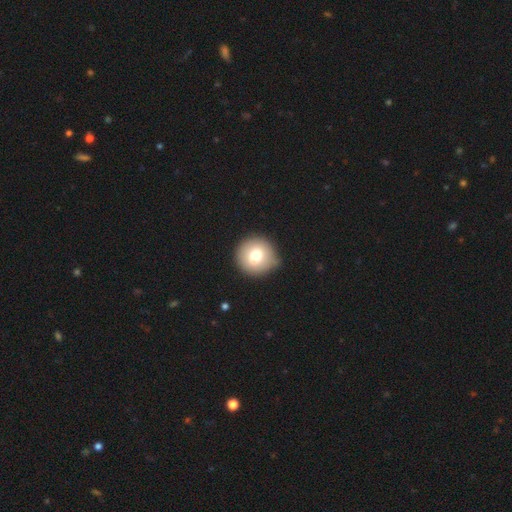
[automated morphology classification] A smooth galaxy with no disk features (74%) that is round (93%).

Vote fractions:
- Smooth or featured? smooth: 74% / featured or disk: 16% / star or artifact: 10%
- How rounded? round: 93% / in between: 6% / cigar-shaped: 1%
- Merging? none: 82% / minor disturbance: 13% / major disturbance: 3% / merger: 2%